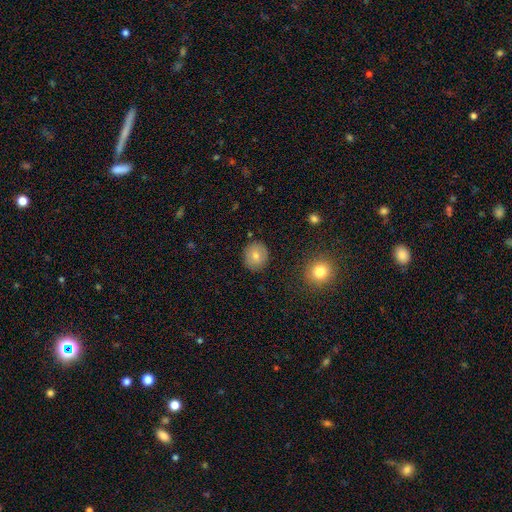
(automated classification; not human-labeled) This appears to be a smooth galaxy with no disk features (76%) that is round (80%). Merging: none (88%).